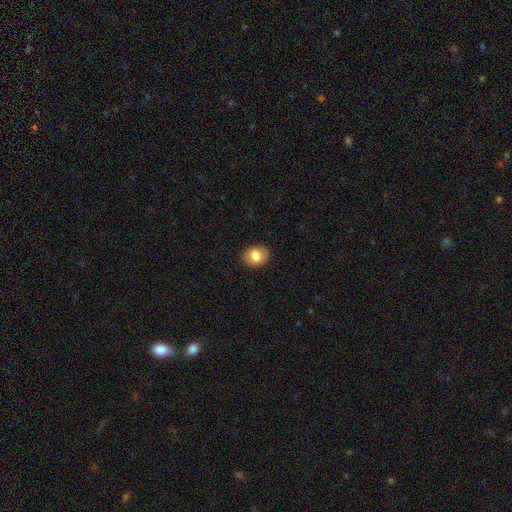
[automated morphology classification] A smooth galaxy with no disk features (81%) that is in between round and cigar-shaped (50%). Merging: none (88%).